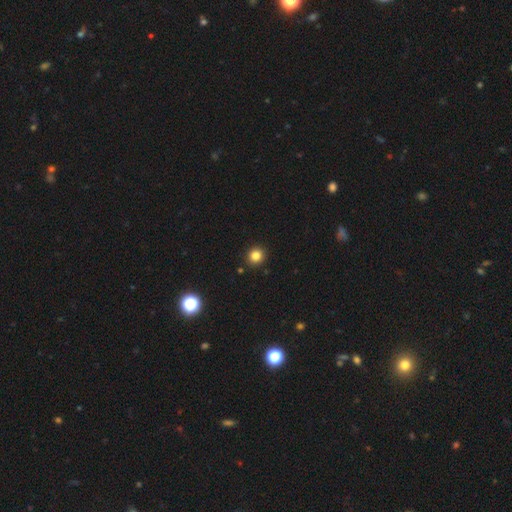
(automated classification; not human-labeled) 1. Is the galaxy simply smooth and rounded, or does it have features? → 83% smooth, 13% star or artifact, 5% featured or disk.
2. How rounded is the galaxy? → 88% round, 11% in between, 1% cigar-shaped.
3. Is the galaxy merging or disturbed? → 92% none, 5% minor disturbance, 2% merger, 2% major disturbance.